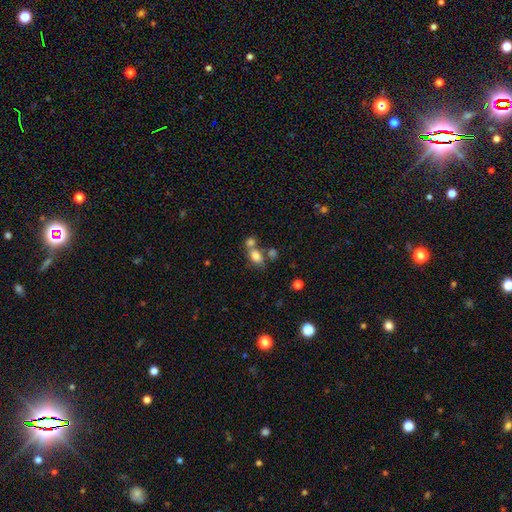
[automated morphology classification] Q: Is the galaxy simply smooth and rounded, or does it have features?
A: smooth — 78%.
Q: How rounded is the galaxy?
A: in between — 81%.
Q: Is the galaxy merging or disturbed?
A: none — 42%.